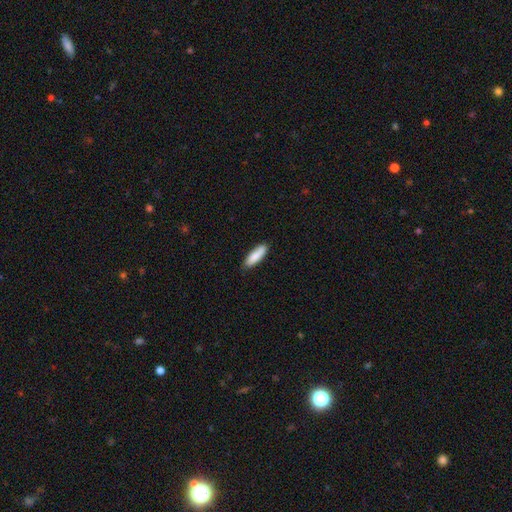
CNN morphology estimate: This is clearly a smooth galaxy (85%). How rounded: possibly cigar-shaped (60%). Merging: clearly none (82%).